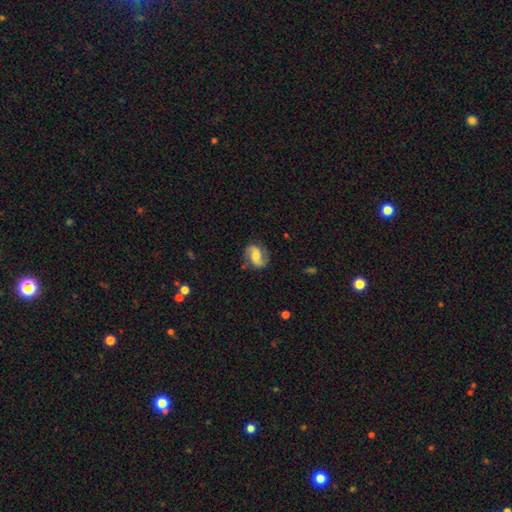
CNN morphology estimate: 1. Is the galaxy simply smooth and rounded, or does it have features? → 75% featured or disk, 19% smooth, 7% star or artifact.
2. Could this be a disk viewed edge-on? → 97% no, 3% yes.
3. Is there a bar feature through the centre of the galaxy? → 43% weak, 38% no, 19% strong.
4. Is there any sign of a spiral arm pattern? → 94% yes, 6% no.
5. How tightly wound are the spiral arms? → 47% loose, 39% medium, 14% tight.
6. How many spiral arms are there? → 90% 2, 3% can't tell, 3% 1, 1% 3, 1% 4, 1% more than 4.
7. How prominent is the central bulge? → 47% moderate, 31% small, 10% large, 10% none, 2% dominant.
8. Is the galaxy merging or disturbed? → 79% none, 15% minor disturbance, 5% major disturbance, 1% merger.